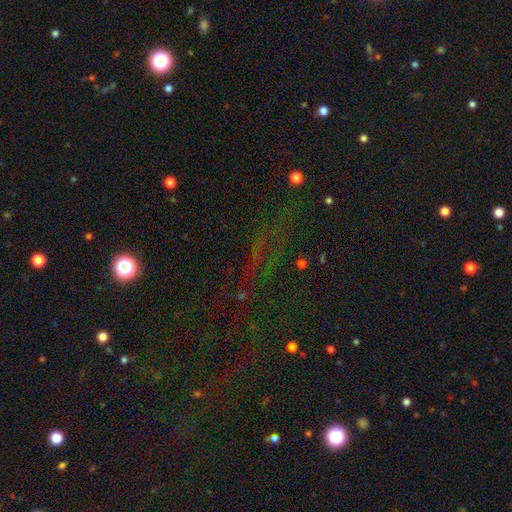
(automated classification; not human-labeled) Smooth or featured?
  - star or artifact: 72% *
  - smooth: 18%
  - featured or disk: 10%